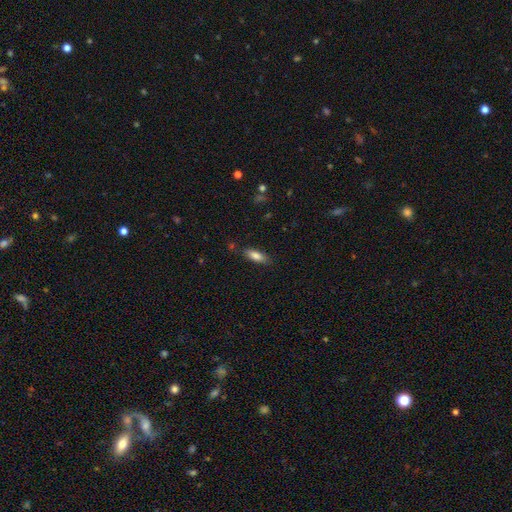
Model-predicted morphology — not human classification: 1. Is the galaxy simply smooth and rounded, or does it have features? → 81% smooth, 11% featured or disk, 7% star or artifact.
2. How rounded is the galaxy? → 67% in between, 31% cigar-shaped, 2% round.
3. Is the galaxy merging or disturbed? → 81% none, 13% minor disturbance, 3% major disturbance, 2% merger.